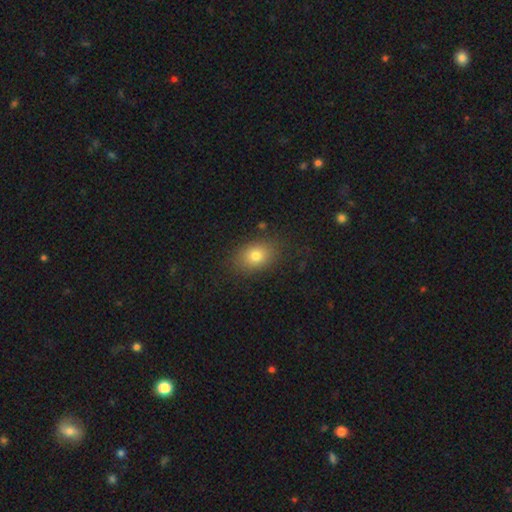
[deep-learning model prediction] Morphology: type=smooth (78%); roundness=in between (67%); merging=none (82%).